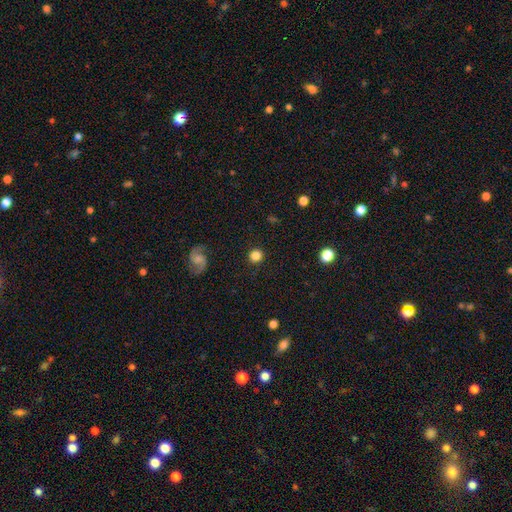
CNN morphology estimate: type=smooth (80%); roundness=round (93%); merging=none (90%).